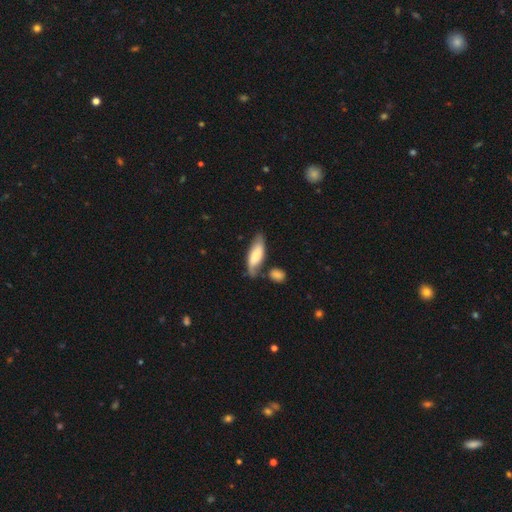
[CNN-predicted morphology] smooth 68%, featured or disk 26%, star or artifact 6%. Down the decision tree: how rounded — in between (63%); merging — none (56%).